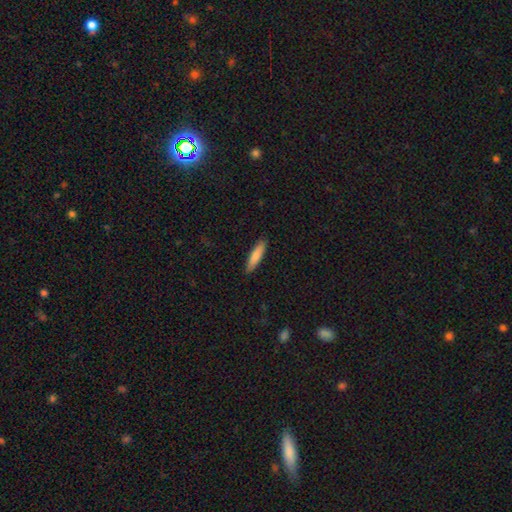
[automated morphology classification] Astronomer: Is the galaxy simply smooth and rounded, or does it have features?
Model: smooth — 82%.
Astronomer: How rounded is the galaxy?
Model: cigar-shaped — 77%.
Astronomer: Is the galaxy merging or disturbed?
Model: none — 90%.